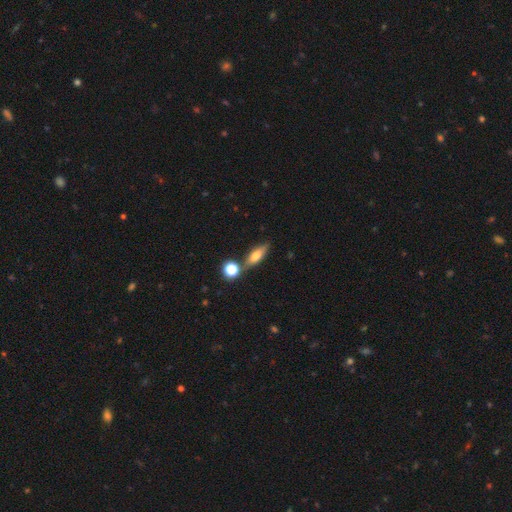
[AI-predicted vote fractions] This is likely a smooth galaxy (63%). How rounded: possibly in between (54%). Merging: likely none (68%).